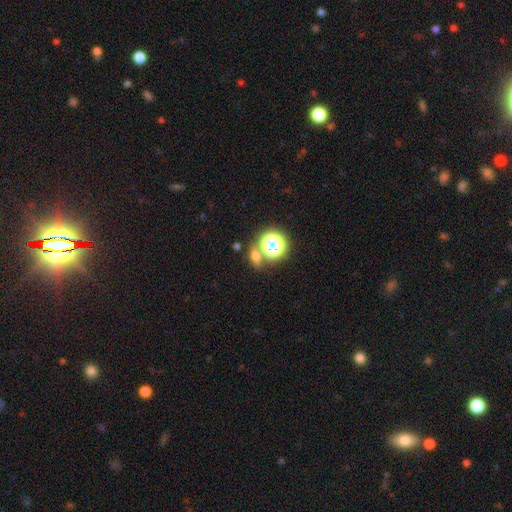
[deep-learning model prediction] A smooth galaxy with no disk features (59%) that is in between round and cigar-shaped (48%). Merging: none (63%).